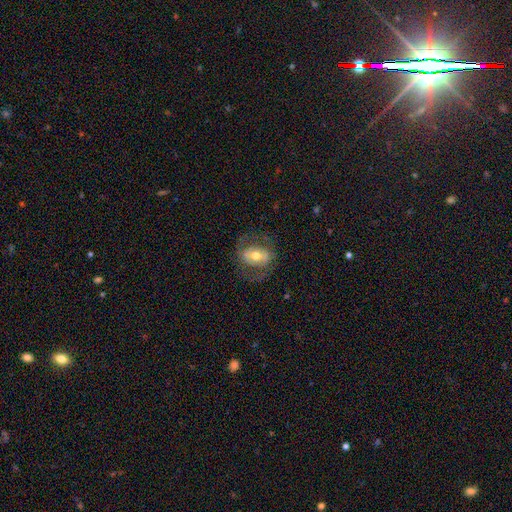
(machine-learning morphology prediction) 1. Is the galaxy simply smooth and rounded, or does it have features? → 56% featured or disk, 37% smooth, 7% star or artifact.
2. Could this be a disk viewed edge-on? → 94% no, 6% yes.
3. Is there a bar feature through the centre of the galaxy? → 45% no, 33% weak, 22% strong.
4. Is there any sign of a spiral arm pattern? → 50% yes (tied), 50% no (tied).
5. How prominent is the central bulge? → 72% moderate, 14% small, 11% large, 1% dominant, 1% none.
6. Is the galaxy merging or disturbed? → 68% none, 16% minor disturbance, 14% major disturbance, 1% merger.